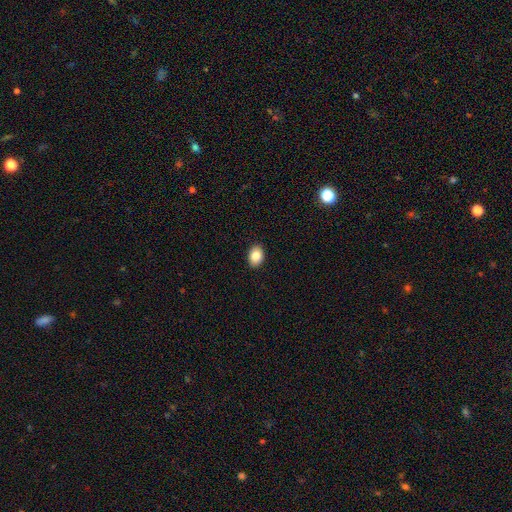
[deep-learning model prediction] Overall: smooth (85%). How rounded: in between (79%). Merging: none (91%).